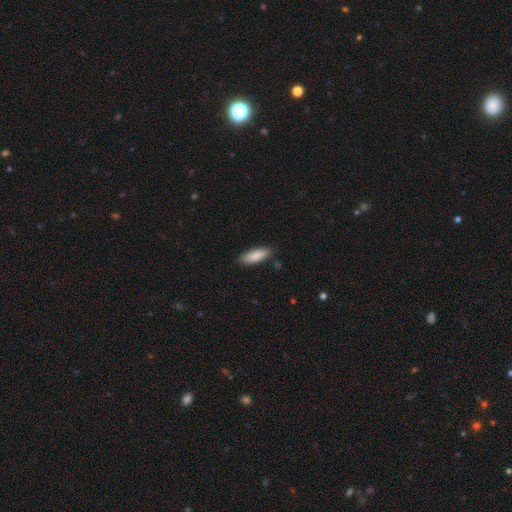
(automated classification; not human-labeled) smooth-or-featured: smooth: 87% | featured or disk: 7% | star or artifact: 6%
  how-rounded: in between: 62% | cigar-shaped: 36% | round: 2%
  merging: none: 85% | minor disturbance: 11% | major disturbance: 2% | merger: 1%